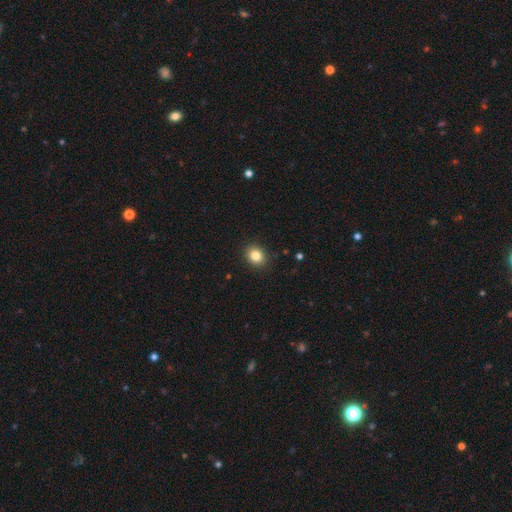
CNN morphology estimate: Smooth or featured?
  - smooth: 84% *
  - star or artifact: 10%
  - featured or disk: 6%
How rounded?
  - round: 60% *
  - in between: 39%
  - cigar-shaped: 1%
Merging?
  - none: 90% *
  - minor disturbance: 7%
  - major disturbance: 2%
  - merger: 1%